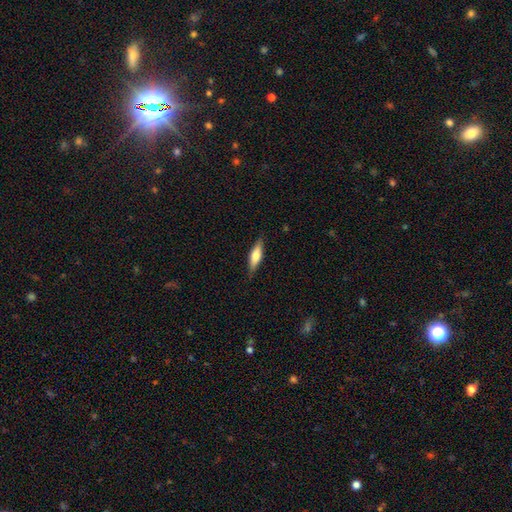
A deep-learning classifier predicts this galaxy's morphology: The model was most divided on "smooth or featured": smooth: 56%, featured or disk: 38%, star or artifact: 6%. More confident: merging — none (85%); how rounded — cigar-shaped (59%).